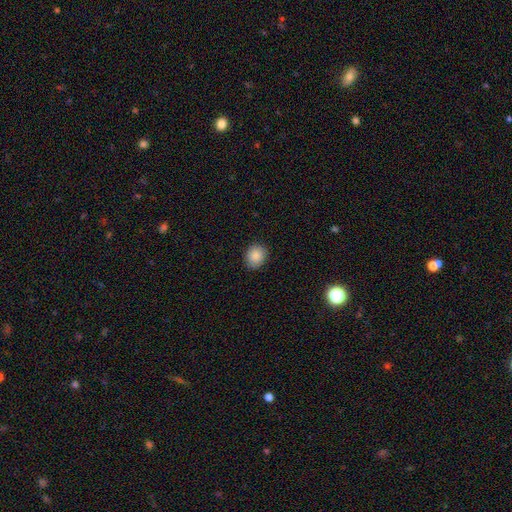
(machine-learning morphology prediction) A smooth galaxy with no disk features (87%) that is round (72%).

Vote fractions:
- Smooth or featured? smooth: 87% / star or artifact: 9% / featured or disk: 5%
- How rounded? round: 72% / in between: 27% / cigar-shaped: 1%
- Merging? none: 88% / minor disturbance: 9% / major disturbance: 2% / merger: 1%